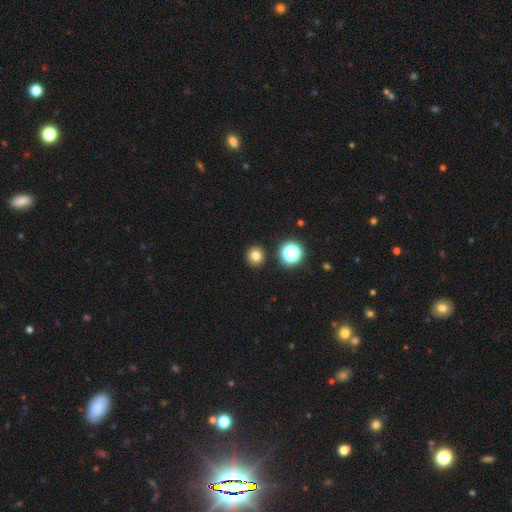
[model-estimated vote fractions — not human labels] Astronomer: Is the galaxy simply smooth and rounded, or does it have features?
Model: smooth — 77%.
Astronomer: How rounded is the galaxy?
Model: round — 87%.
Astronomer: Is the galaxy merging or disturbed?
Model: none — 90%.